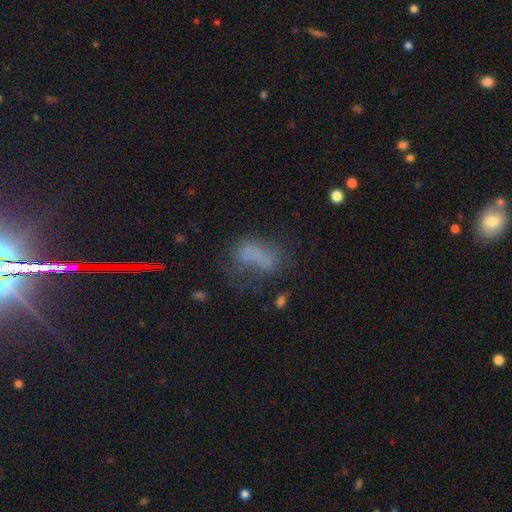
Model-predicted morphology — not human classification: This appears to be a smooth galaxy with no disk features (53%) that is in between round and cigar-shaped (79%). Merging: major disturbance (33%, tied with none).